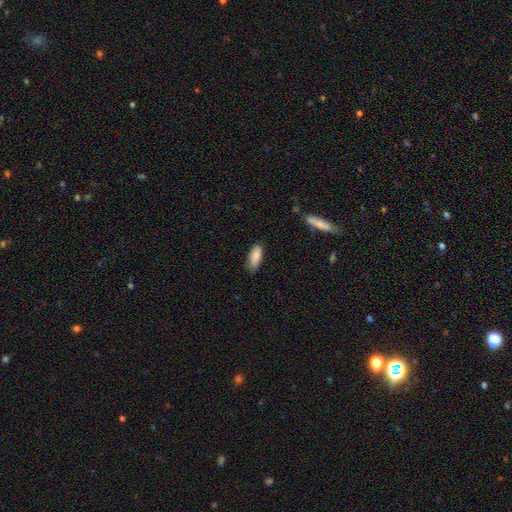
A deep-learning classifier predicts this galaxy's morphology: Smooth or featured: smooth — 87% (star or artifact — 7%)
How rounded: in between — 79% (cigar-shaped — 19%)
Merging: none — 77% (minor disturbance — 19%)